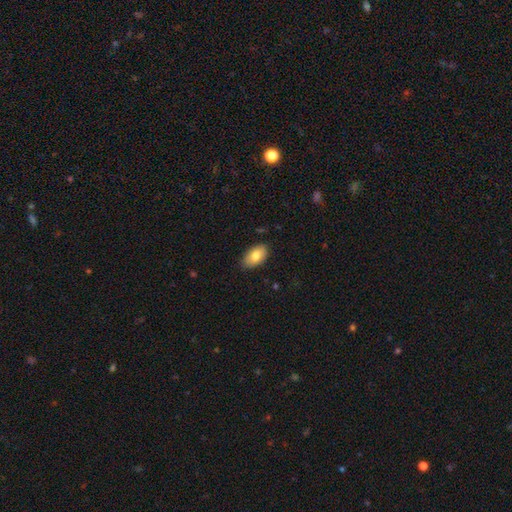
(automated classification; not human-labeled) smooth-or-featured: smooth: 79% | featured or disk: 14% | star or artifact: 6%
  how-rounded: in between: 94% | round: 4% | cigar-shaped: 2%
  merging: none: 85% | minor disturbance: 12% | major disturbance: 2% | merger: 1%